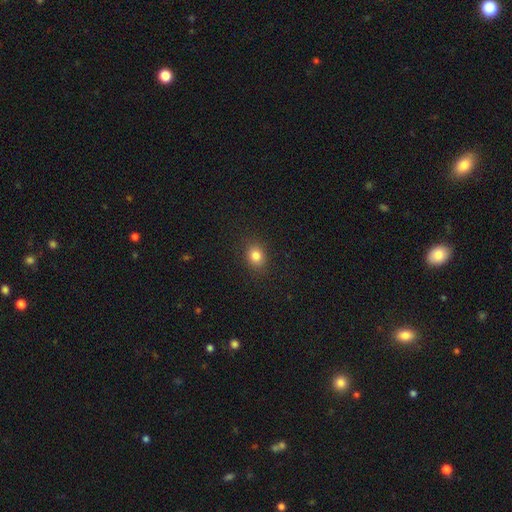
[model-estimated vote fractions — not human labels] Q: Smooth or featured?
A: smooth (82%); runner-up: star or artifact (12%)
Q: How rounded?
A: round (60%); runner-up: in between (39%)
Q: Merging?
A: none (89%); runner-up: minor disturbance (8%)